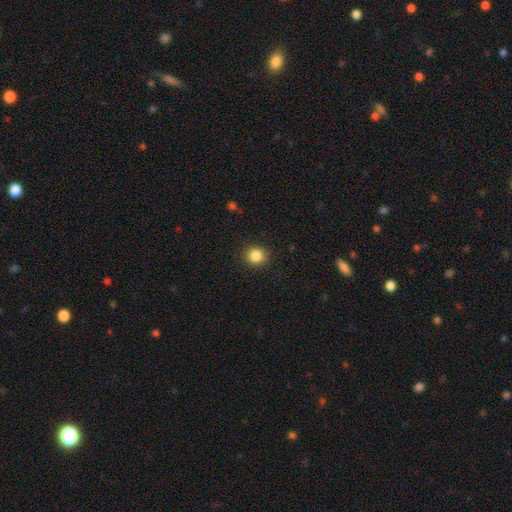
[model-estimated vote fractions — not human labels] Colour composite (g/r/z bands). It shows a smooth galaxy with no disk features (86%) that is round (89%). Merging: none (90%).